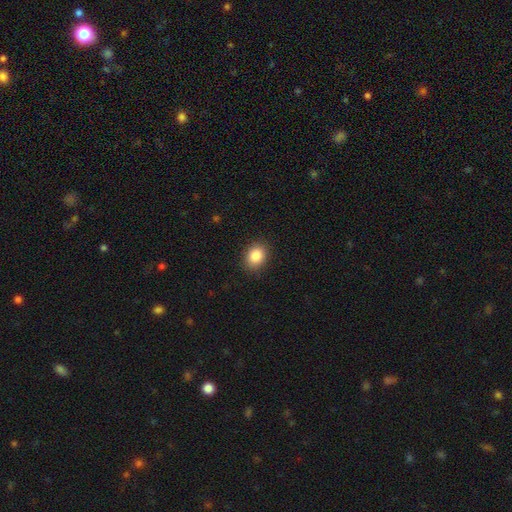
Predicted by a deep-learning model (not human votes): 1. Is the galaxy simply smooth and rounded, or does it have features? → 86% smooth, 9% star or artifact, 5% featured or disk.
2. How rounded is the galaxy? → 54% in between, 45% round, 1% cigar-shaped.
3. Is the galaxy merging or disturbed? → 87% none, 9% minor disturbance, 2% major disturbance, 1% merger.